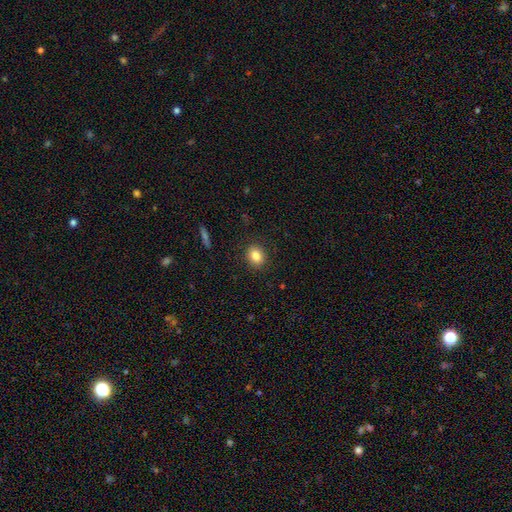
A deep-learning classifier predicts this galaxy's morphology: This is clearly a smooth galaxy (84%). How rounded: possibly round (56%). Merging: clearly none (89%).